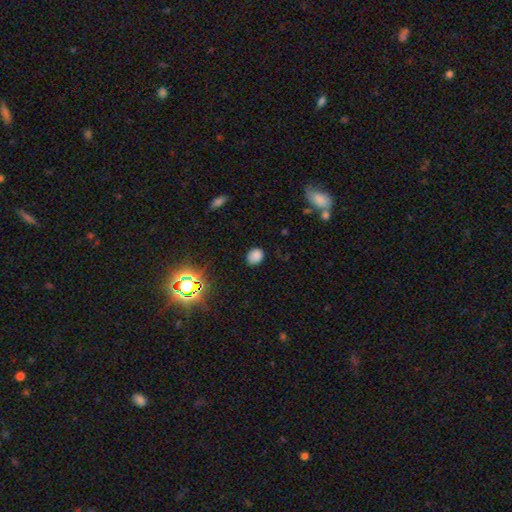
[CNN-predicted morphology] Overall: smooth (79%). How rounded: round (58%; in between 41%). Merging: none (83%).